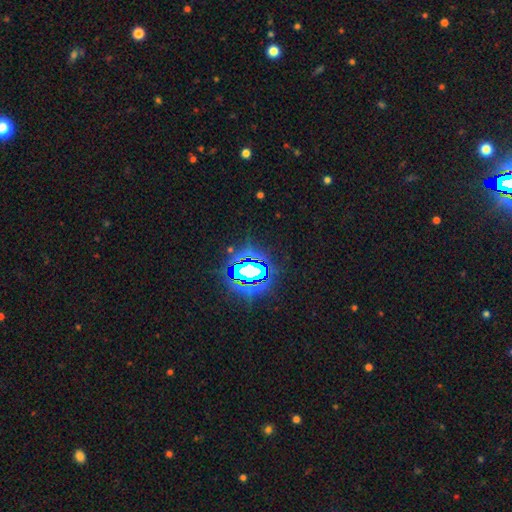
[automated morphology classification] A star or artifact, not a galaxy (84%).

Vote fractions:
- Smooth or featured? star or artifact: 84% / smooth: 10% / featured or disk: 6%